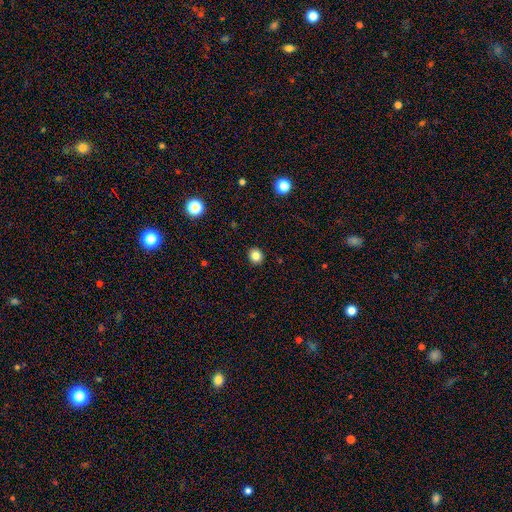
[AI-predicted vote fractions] Smooth or featured? smooth (83%)
How rounded? round (82%)
Merging? none (92%)